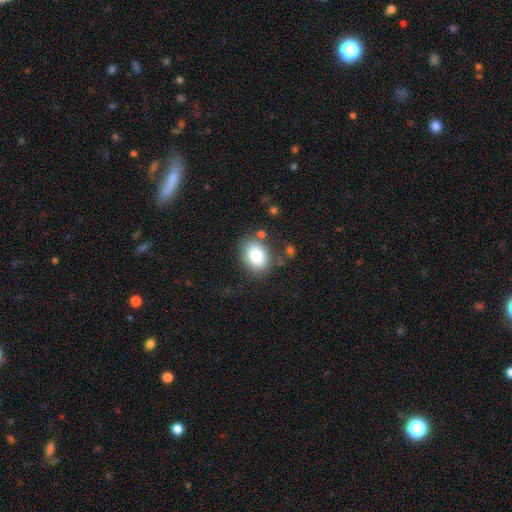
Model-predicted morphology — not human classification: Smooth or featured? smooth (83%)
How rounded? in between (69%)
Merging? none (76%)